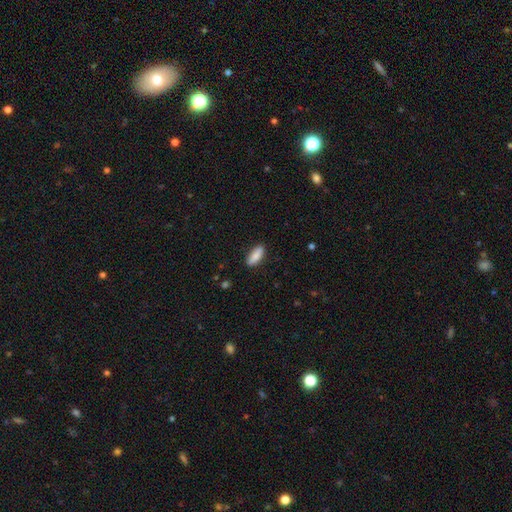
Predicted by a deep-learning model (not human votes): Q: Smooth or featured?
A: smooth (87%); runner-up: featured or disk (7%)
Q: How rounded?
A: in between (70%); runner-up: cigar-shaped (28%)
Q: Merging?
A: none (86%); runner-up: minor disturbance (10%)